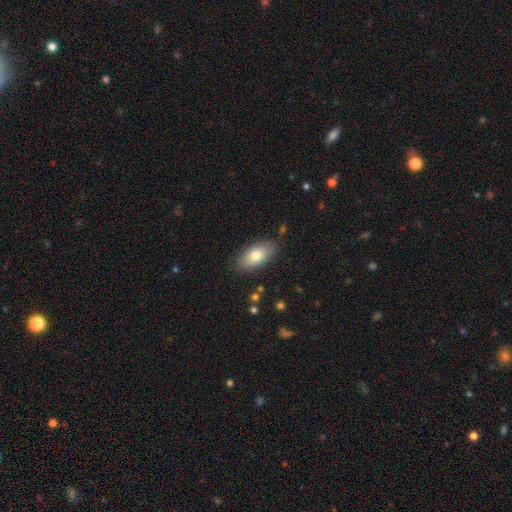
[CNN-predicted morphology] A smooth galaxy with no disk features (77%) that is in between round and cigar-shaped (90%).

Vote fractions:
- Smooth or featured? smooth: 77% / featured or disk: 17% / star or artifact: 7%
- How rounded? in between: 90% / cigar-shaped: 7% / round: 4%
- Merging? none: 85% / minor disturbance: 11% / major disturbance: 3% / merger: 2%